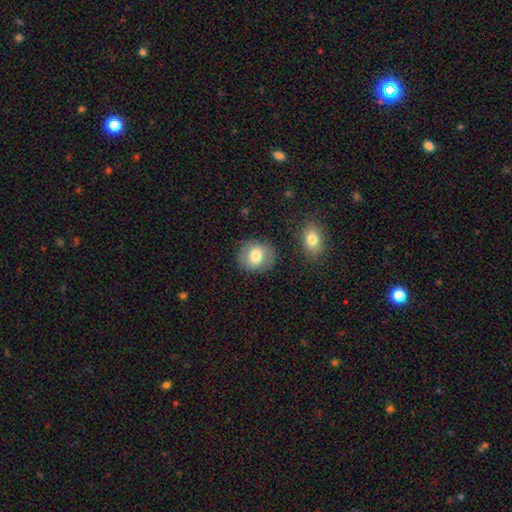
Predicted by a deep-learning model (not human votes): Smooth or featured?
  - smooth: 73% *
  - featured or disk: 19%
  - star or artifact: 8%
How rounded?
  - round: 78% *
  - in between: 21%
  - cigar-shaped: 1%
Merging?
  - none: 83% *
  - minor disturbance: 11%
  - major disturbance: 4%
  - merger: 2%